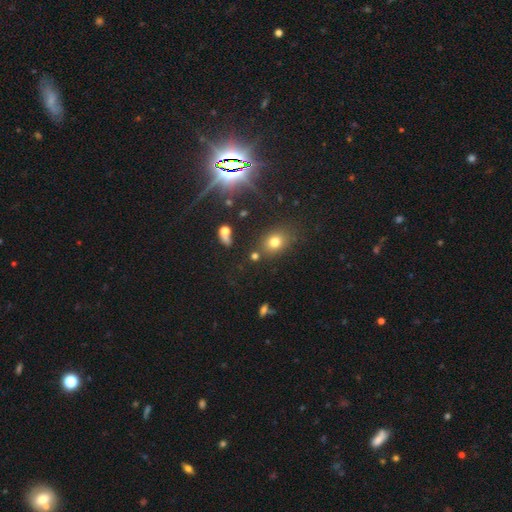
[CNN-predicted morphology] Q: Smooth or featured?
A: smooth (49%); runner-up: star or artifact (40%)
Q: Merging?
A: none (81%); runner-up: minor disturbance (10%)